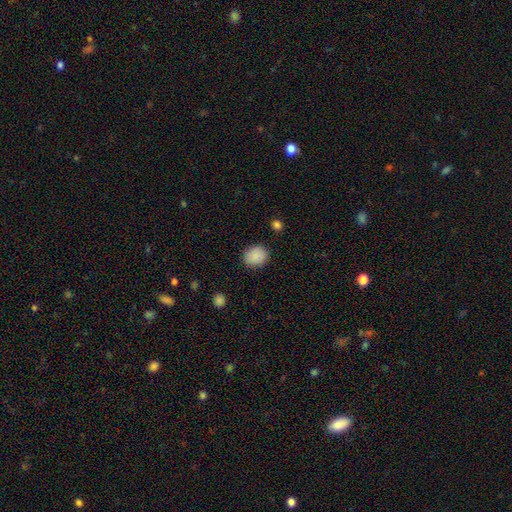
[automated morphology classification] smooth_or_featured: smooth (p=0.88) [alt: star or artifact p=0.08]
how_rounded: round (p=0.68) [alt: in between p=0.32]
merging: none (p=0.86) [alt: minor disturbance p=0.10]